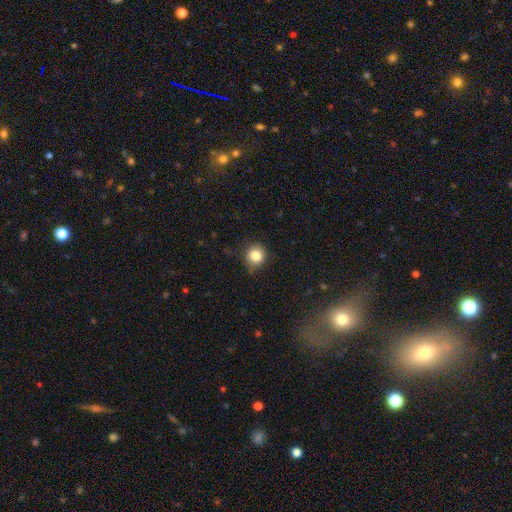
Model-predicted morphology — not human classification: Smooth or featured: smooth — 83% (star or artifact — 11%)
How rounded: round — 88% (in between — 11%)
Merging: none — 82% (minor disturbance — 14%)